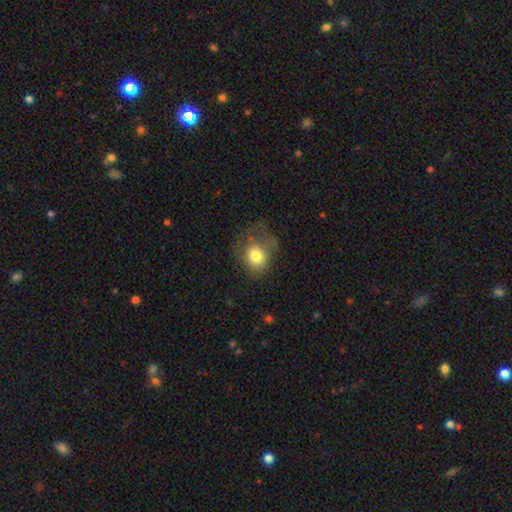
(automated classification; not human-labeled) smooth_or_featured: smooth (p=0.76) [alt: featured or disk p=0.15]
how_rounded: round (p=0.61) [alt: in between p=0.38]
merging: none (p=0.39) [alt: major disturbance p=0.31]